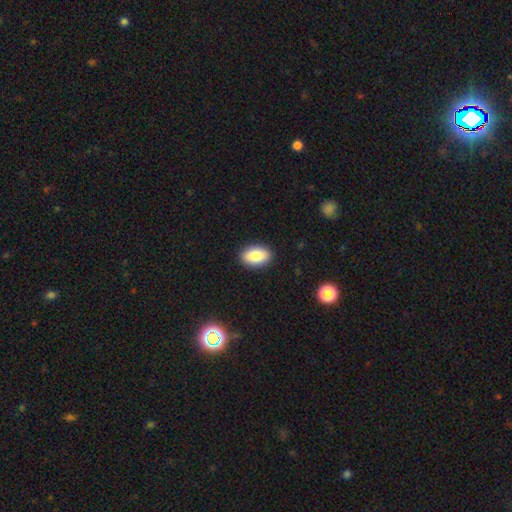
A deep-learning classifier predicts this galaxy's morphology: smooth-or-featured: smooth: 84% | featured or disk: 8% | star or artifact: 7%
  how-rounded: in between: 90% | round: 8% | cigar-shaped: 2%
  merging: none: 90% | minor disturbance: 7% | major disturbance: 2% | merger: 1%